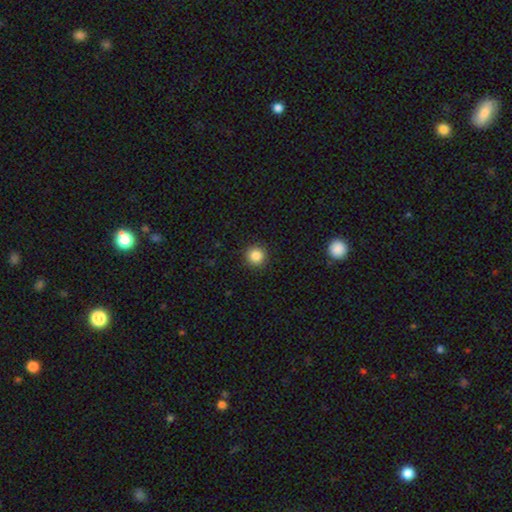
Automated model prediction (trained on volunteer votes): smooth_or_featured: smooth (p=0.85) [alt: star or artifact p=0.10]
how_rounded: round (p=0.95) [alt: in between p=0.04]
merging: none (p=0.92) [alt: minor disturbance p=0.05]